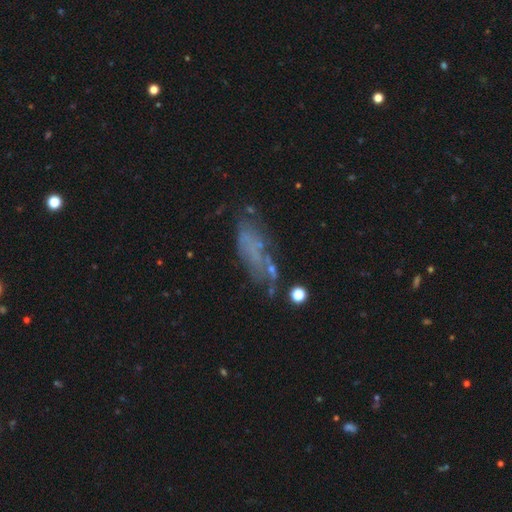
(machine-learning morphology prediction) The model was most divided on "smooth or featured": featured or disk: 40%, smooth: 39%, star or artifact: 21%. Remaining: merging — none (50%).